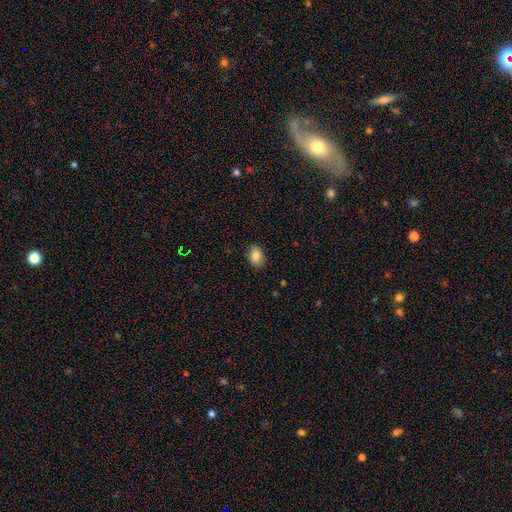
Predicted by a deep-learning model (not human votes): Morphology: type=smooth (84%); roundness=in between (67%); merging=none (84%).